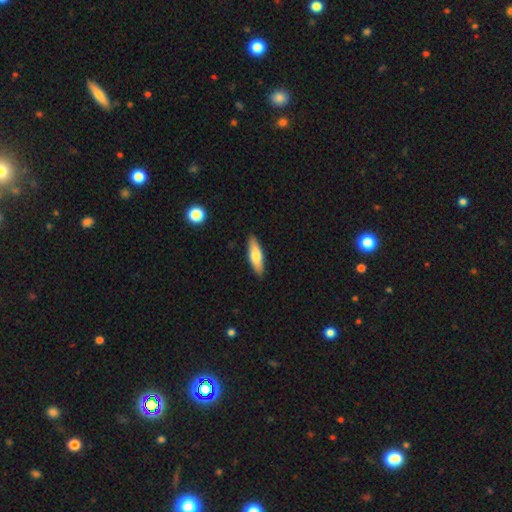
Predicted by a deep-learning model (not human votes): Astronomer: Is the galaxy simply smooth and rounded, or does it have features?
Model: smooth — 68%.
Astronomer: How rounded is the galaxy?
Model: cigar-shaped — 53% (runner-up: in between, 45%).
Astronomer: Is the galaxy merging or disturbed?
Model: none — 88%.